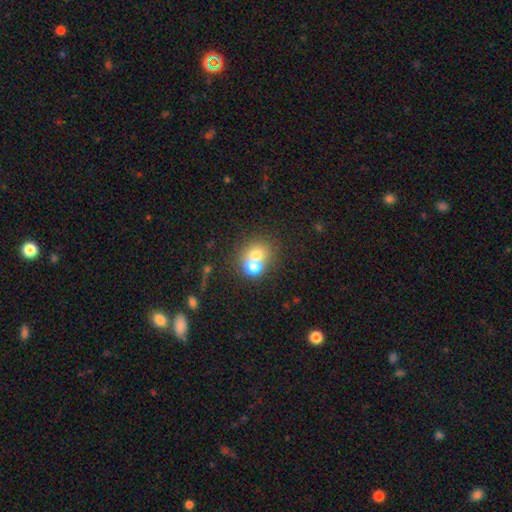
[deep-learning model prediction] smooth-or-featured: smooth: 68% | featured or disk: 20% | star or artifact: 12%
  how-rounded: round: 73% | in between: 26% | cigar-shaped: 1%
  merging: merger: 63% | none: 28% | minor disturbance: 6% | major disturbance: 3%